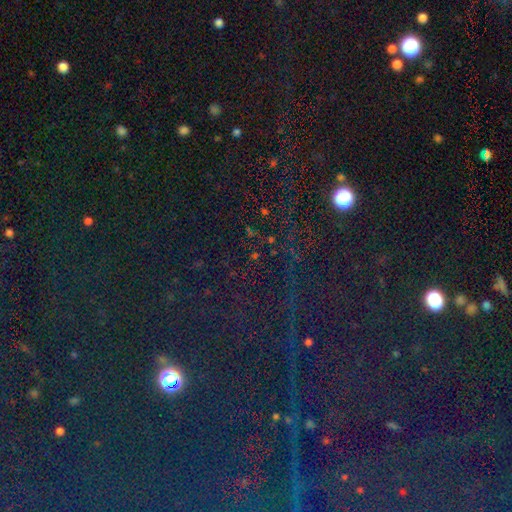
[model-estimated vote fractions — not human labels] Overall: star or artifact (82%).